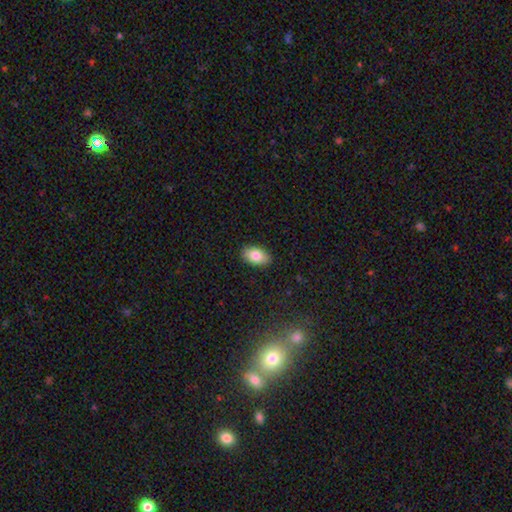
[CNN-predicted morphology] This appears to be a smooth galaxy with no disk features (84%) that is in between round and cigar-shaped (93%). Merging: none (89%).